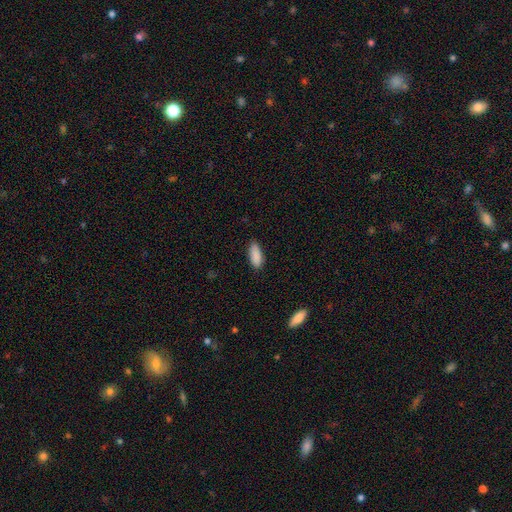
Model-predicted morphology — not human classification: The model was most divided on "how rounded": in between: 76%, cigar-shaped: 22%, round: 2%. More confident: smooth or featured — smooth (90%); merging — none (83%).